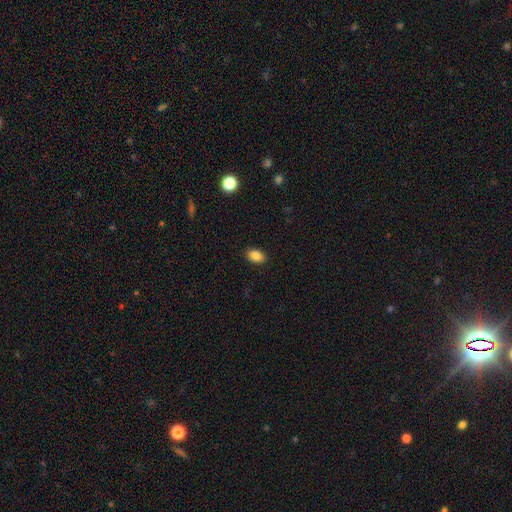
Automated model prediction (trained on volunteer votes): Smooth or featured? smooth (87%)
How rounded? in between (87%)
Merging? none (89%)